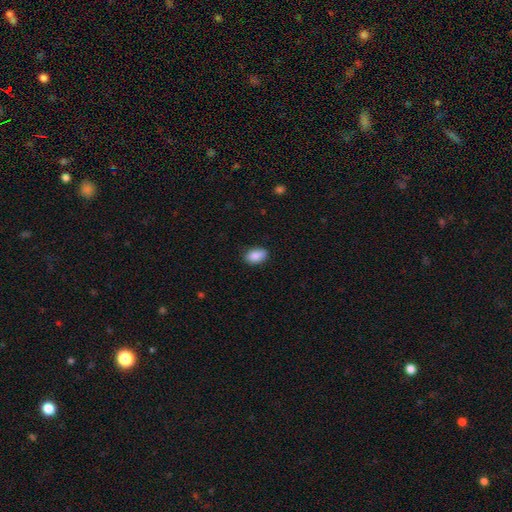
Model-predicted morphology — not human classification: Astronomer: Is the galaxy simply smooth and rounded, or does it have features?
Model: smooth — 89%.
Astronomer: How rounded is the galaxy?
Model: in between — 89%.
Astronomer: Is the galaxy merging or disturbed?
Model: none — 83%.